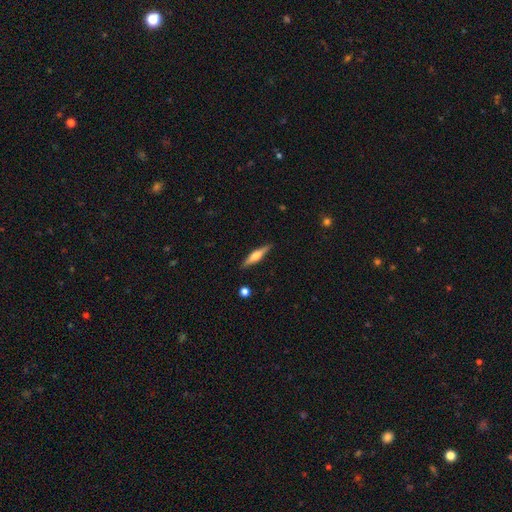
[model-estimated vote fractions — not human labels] A featured or disk galaxy (55%) viewed edge-on (96%) with a rounded central bulge (84%).

Vote fractions:
- Smooth or featured? featured or disk: 55% / smooth: 39% / star or artifact: 6%
- Edge-on disk? yes: 96% / no: 4%
- Edge-on bulge? rounded: 84% / boxy: 11% / none: 5%
- Merging? none: 89% / minor disturbance: 8% / major disturbance: 2% / merger: 2%